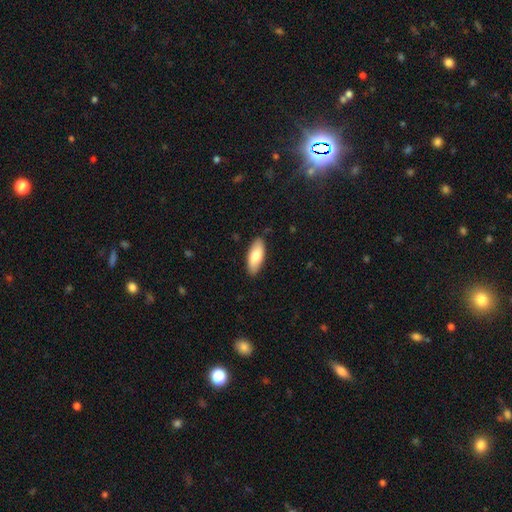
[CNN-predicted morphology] smooth_or_featured: smooth (p=0.78) [alt: featured or disk p=0.16]
how_rounded: in between (p=0.83) [alt: cigar-shaped p=0.15]
merging: none (p=0.86) [alt: minor disturbance p=0.11]